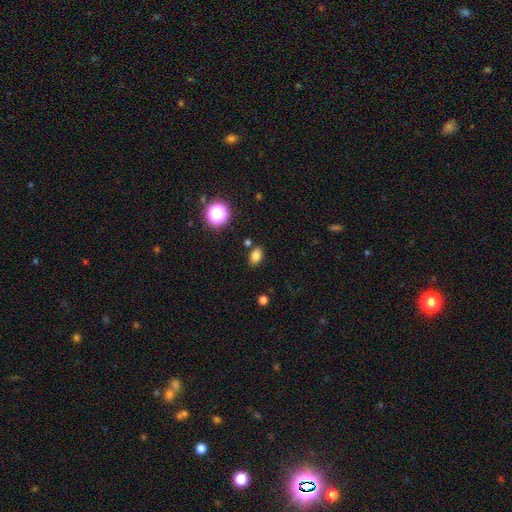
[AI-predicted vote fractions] Smooth or featured: smooth — 80% (star or artifact — 14%)
How rounded: in between — 80% (round — 18%)
Merging: none — 83% (minor disturbance — 10%)